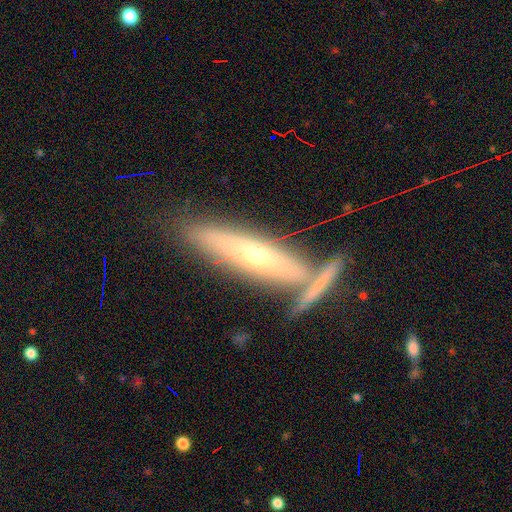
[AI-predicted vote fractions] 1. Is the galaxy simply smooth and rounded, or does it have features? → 58% featured or disk, 34% smooth, 7% star or artifact.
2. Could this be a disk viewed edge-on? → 70% yes, 30% no.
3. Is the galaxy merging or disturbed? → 62% none, 18% merger, 15% minor disturbance, 5% major disturbance.